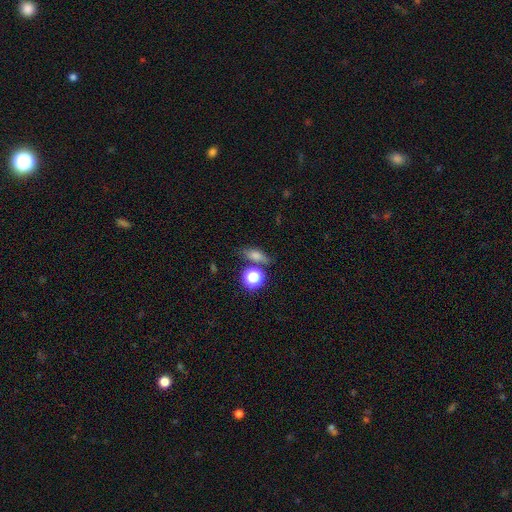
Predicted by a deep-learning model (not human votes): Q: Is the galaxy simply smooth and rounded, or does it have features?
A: smooth — 60%.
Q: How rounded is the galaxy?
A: in between — 52%.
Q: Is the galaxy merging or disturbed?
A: none — 73%.